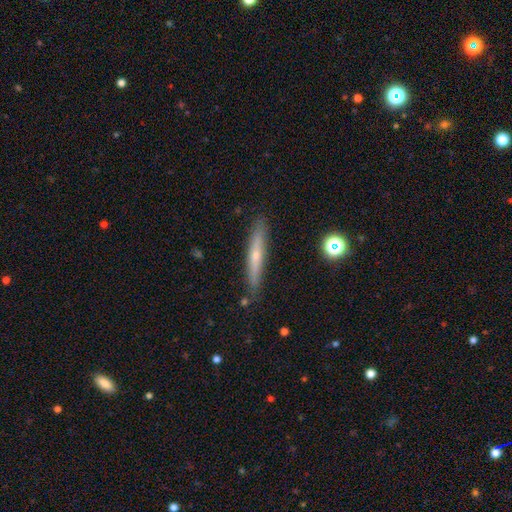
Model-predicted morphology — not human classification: This is possibly a featured or disk galaxy (47%). Merging: clearly none (86%).